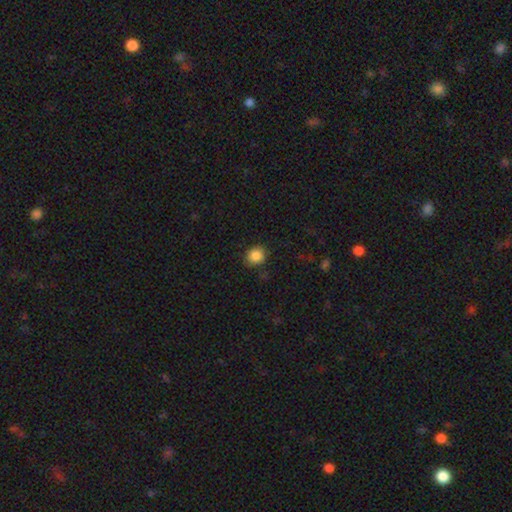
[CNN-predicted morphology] type=smooth (86%); roundness=round (74%); merging=none (84%).